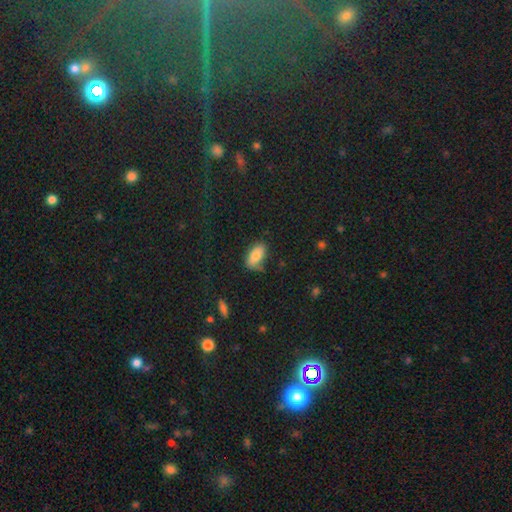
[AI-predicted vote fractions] smooth 77%, featured or disk 13%, star or artifact 10%. Down the decision tree: how rounded — in between (91%); merging — none (59%).